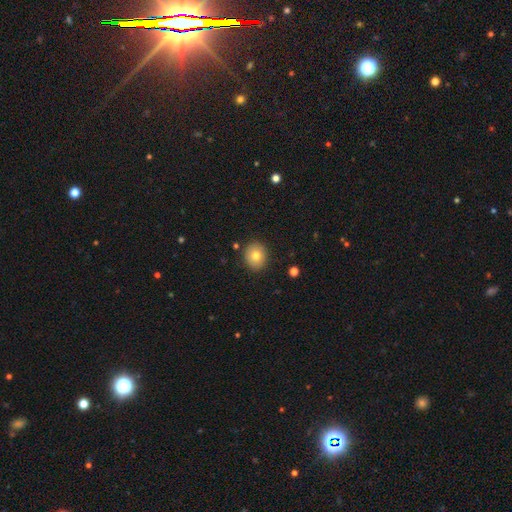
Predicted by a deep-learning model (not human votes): smooth 78%, featured or disk 11%, star or artifact 10%. Down the decision tree: how rounded — round (74%); merging — none (88%).